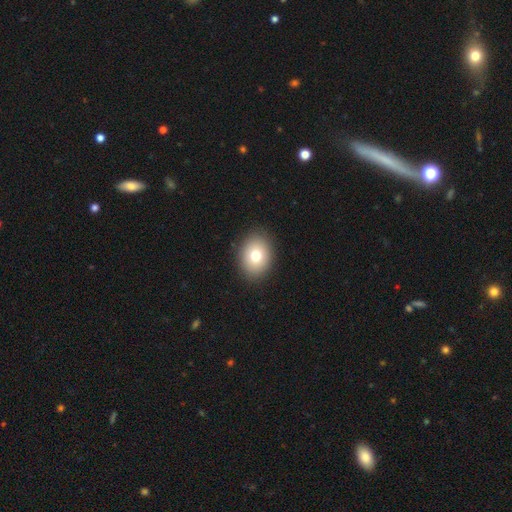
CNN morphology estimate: smooth 75%, featured or disk 14%, star or artifact 10%. Down the decision tree: how rounded — in between (58%); merging — none (89%).